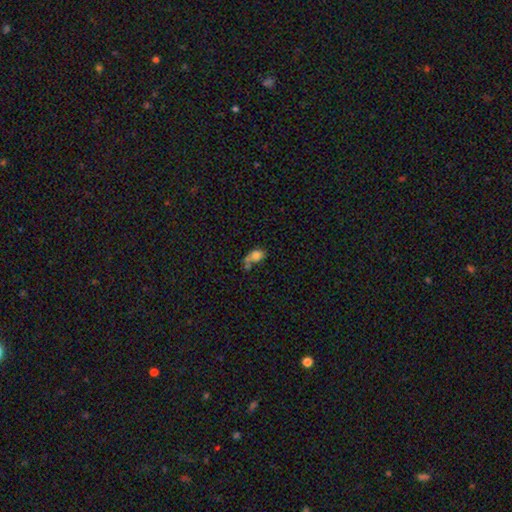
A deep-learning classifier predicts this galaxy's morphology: Overall: smooth (76%). How rounded: in between (65%; round 33%). Merging: merger (46%; none 27%).